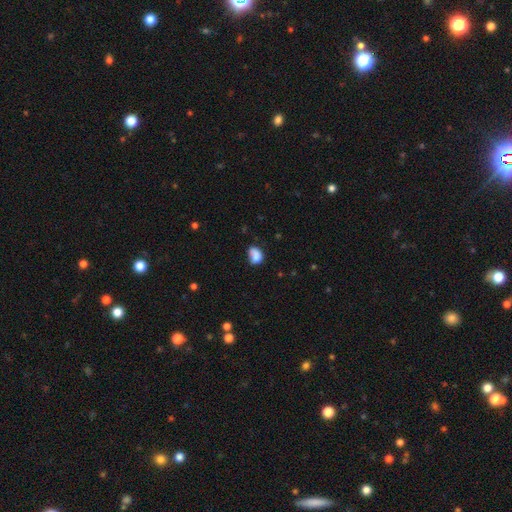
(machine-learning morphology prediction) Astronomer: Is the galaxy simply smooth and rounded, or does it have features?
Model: smooth — 76%.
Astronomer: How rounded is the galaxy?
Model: in between — 66%.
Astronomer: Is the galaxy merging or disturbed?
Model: none — 39% (runner-up: minor disturbance, 28%).